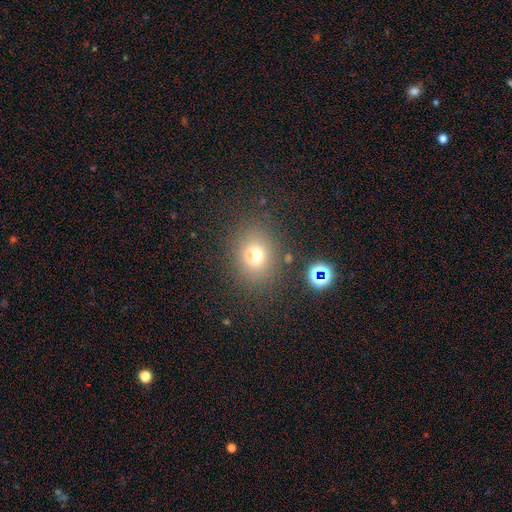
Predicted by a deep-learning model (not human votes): smooth_or_featured: smooth (p=0.68) [alt: star or artifact p=0.20]
how_rounded: round (p=0.64) [alt: in between p=0.35]
merging: none (p=0.74) [alt: minor disturbance p=0.12]